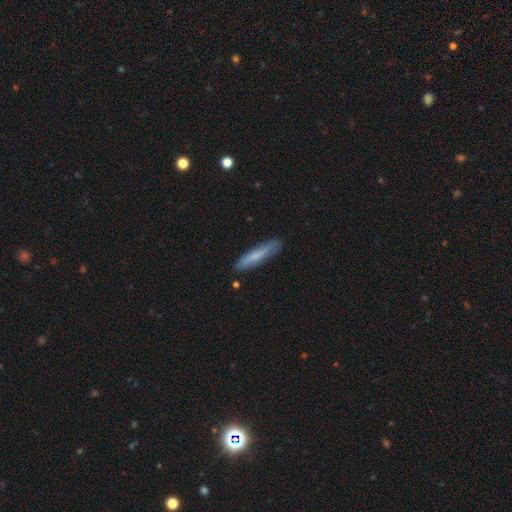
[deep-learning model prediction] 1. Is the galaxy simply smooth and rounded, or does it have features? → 69% smooth, 25% featured or disk, 6% star or artifact.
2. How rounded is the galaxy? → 90% cigar-shaped, 9% in between, 1% round.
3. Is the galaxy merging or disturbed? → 84% none, 12% minor disturbance, 2% major disturbance, 2% merger.